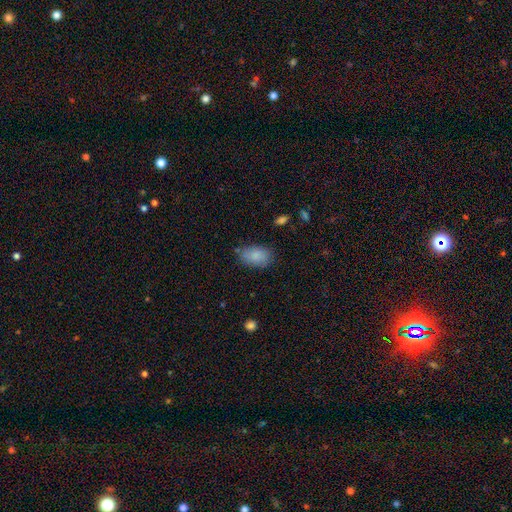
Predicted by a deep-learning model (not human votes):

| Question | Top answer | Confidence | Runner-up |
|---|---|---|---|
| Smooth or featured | smooth | 86% | star or artifact (7%) |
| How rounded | in between | 90% | round (8%) |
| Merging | none | 76% | minor disturbance (17%) |